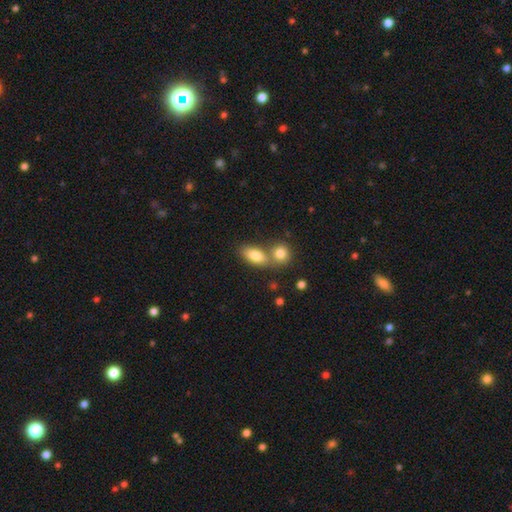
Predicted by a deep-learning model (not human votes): This is clearly a smooth galaxy (81%). How rounded: clearly in between (85%). Merging: possibly none (46%).